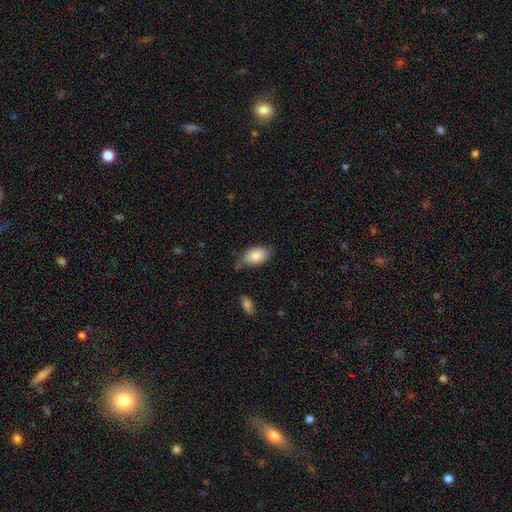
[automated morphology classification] Smooth or featured? smooth (85%)
How rounded? in between (92%)
Merging? none (62%)